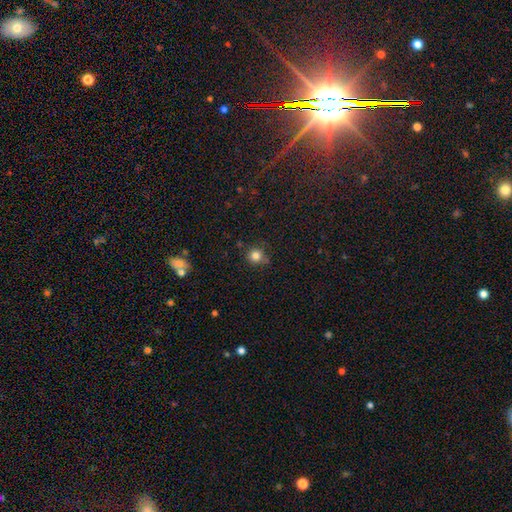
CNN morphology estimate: smooth 81%, star or artifact 13%, featured or disk 6%. Down the decision tree: how rounded — round (93%); merging — none (78%).